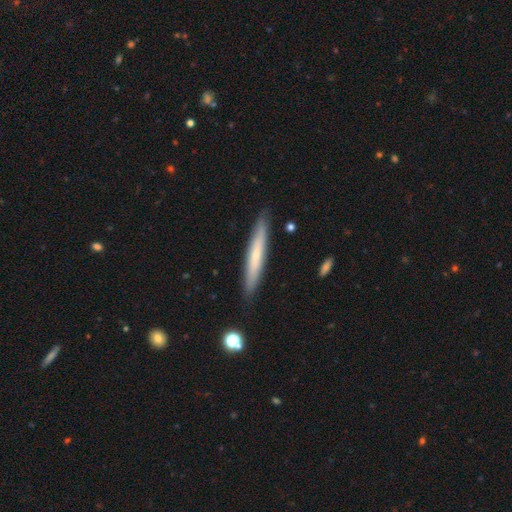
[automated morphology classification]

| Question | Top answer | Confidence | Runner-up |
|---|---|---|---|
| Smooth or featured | smooth | 52% | featured or disk (42%) |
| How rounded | cigar-shaped | 95% | in between (4%) |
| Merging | none | 89% | minor disturbance (8%) |